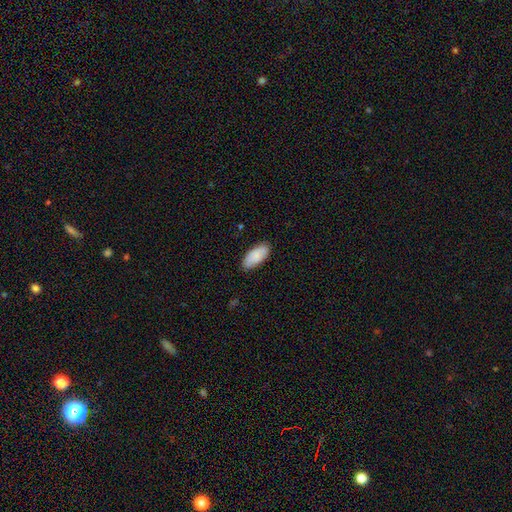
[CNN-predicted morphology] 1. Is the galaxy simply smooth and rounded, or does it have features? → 85% smooth, 9% featured or disk, 6% star or artifact.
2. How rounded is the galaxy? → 90% in between, 8% cigar-shaped, 2% round.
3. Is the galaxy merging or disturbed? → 83% none, 14% minor disturbance, 2% major disturbance, 1% merger.